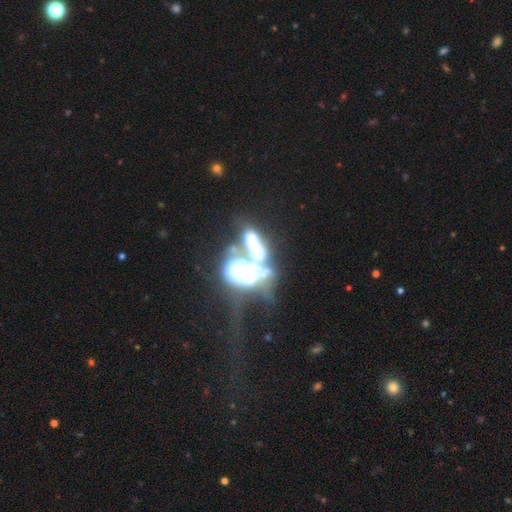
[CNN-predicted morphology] Smooth or featured: featured or disk — 41% (star or artifact — 37%)
Merging: merger — 56% (major disturbance — 20%)